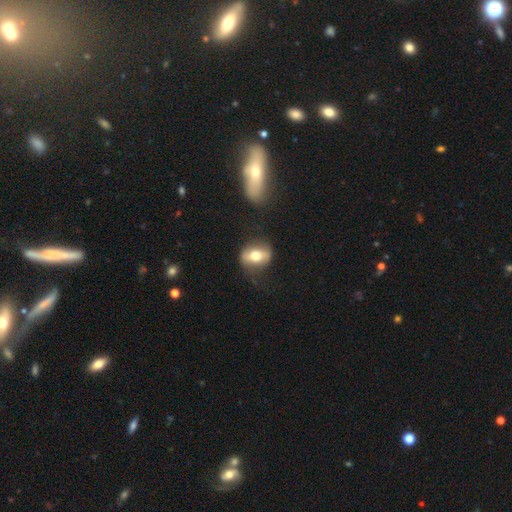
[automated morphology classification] smooth_or_featured: smooth (p=0.49) [alt: featured or disk p=0.44]
merging: none (p=0.71) [alt: minor disturbance p=0.18]